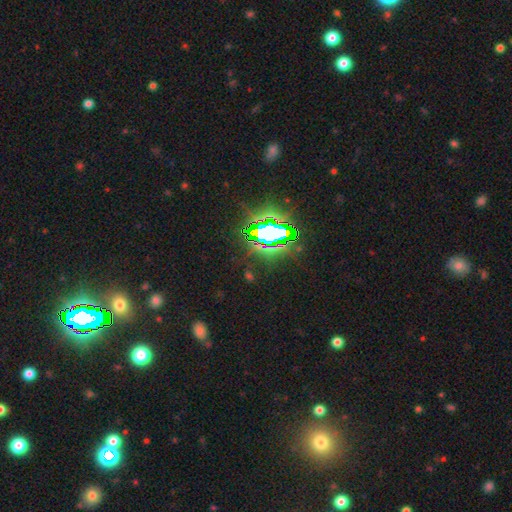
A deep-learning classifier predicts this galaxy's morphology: The model was most divided on "smooth or featured": star or artifact: 81%, smooth: 11%, featured or disk: 7%.